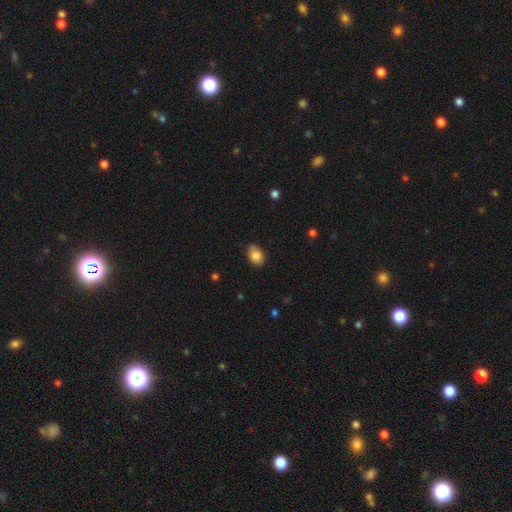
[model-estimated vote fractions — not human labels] Q: Smooth or featured?
A: smooth (85%); runner-up: star or artifact (8%)
Q: How rounded?
A: in between (77%); runner-up: round (22%)
Q: Merging?
A: none (71%); runner-up: minor disturbance (24%)